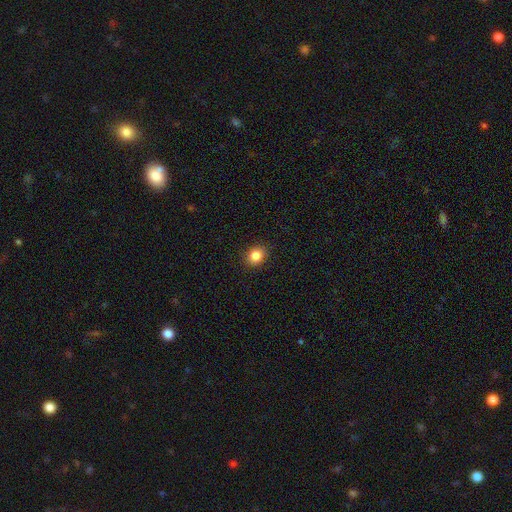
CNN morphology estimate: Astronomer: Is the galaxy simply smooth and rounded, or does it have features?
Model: smooth — 85%.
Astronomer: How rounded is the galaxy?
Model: round — 62%.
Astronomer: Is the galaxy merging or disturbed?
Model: none — 90%.